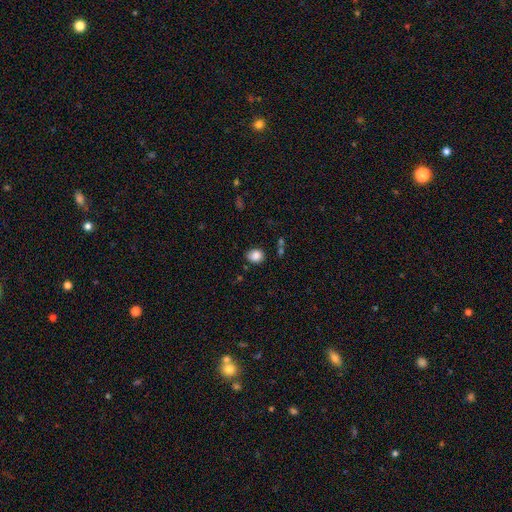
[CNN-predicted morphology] A smooth galaxy with no disk features (86%) that is round (62%).

Vote fractions:
- Smooth or featured? smooth: 86% / star or artifact: 9% / featured or disk: 5%
- How rounded? round: 62% / in between: 37% / cigar-shaped: 1%
- Merging? none: 79% / minor disturbance: 14% / merger: 4% / major disturbance: 3%